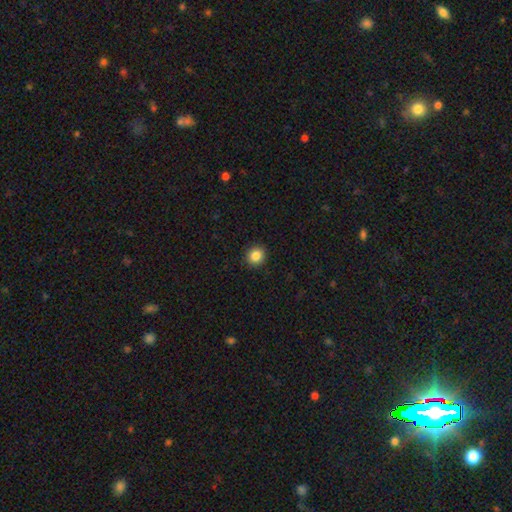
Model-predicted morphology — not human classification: Smooth or featured?
  - smooth: 86% *
  - star or artifact: 10%
  - featured or disk: 4%
How rounded?
  - round: 87% *
  - in between: 12%
  - cigar-shaped: 1%
Merging?
  - none: 92% *
  - minor disturbance: 5%
  - major disturbance: 2%
  - merger: 1%